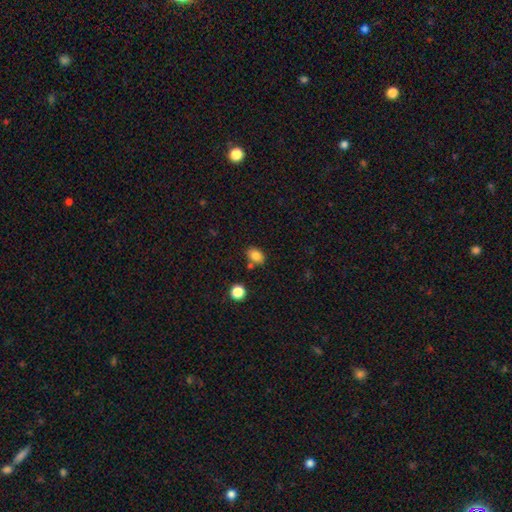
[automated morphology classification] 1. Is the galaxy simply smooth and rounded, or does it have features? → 83% smooth, 10% star or artifact, 6% featured or disk.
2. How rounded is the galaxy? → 78% in between, 21% round, 1% cigar-shaped.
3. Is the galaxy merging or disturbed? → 74% none, 13% minor disturbance, 10% merger, 3% major disturbance.